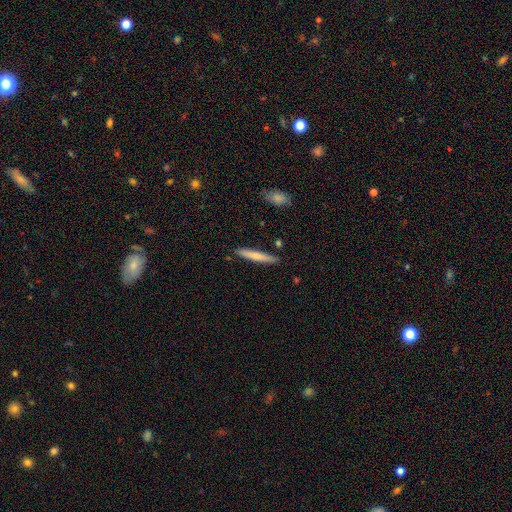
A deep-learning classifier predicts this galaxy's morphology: A smooth galaxy with no disk features (71%) that is cigar-shaped (94%).

Vote fractions:
- Smooth or featured? smooth: 71% / featured or disk: 23% / star or artifact: 6%
- How rounded? cigar-shaped: 94% / in between: 5% / round: 1%
- Merging? none: 88% / minor disturbance: 8% / merger: 2% / major disturbance: 2%